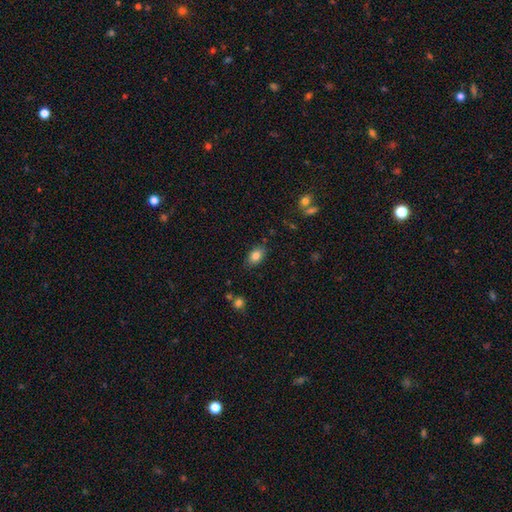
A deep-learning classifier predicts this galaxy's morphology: A smooth galaxy with no disk features (82%) that is in between round and cigar-shaped (85%).

Vote fractions:
- Smooth or featured? smooth: 82% / featured or disk: 9% / star or artifact: 9%
- How rounded? in between: 85% / round: 12% / cigar-shaped: 3%
- Merging? none: 81% / minor disturbance: 14% / major disturbance: 3% / merger: 2%